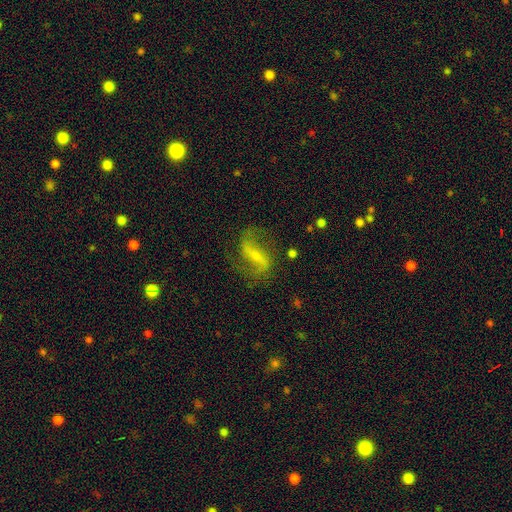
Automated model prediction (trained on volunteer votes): A featured or disk galaxy (77%) with a strong bar (49%), 2 (89%) loose (57%) spiral arms (91%) and a small central bulge (56%).

Vote fractions:
- Smooth or featured? featured or disk: 77% / smooth: 14% / star or artifact: 9%
- Edge-on disk? no: 94% / yes: 6%
- Bar? strong: 49% / weak: 35% / no: 17%
- Spiral arms? yes: 91% / no: 9%
- Spiral winding? loose: 57% / medium: 34% / tight: 9%
- Spiral arm count? 2: 89% / can't tell: 4% / 1: 3% / 3: 1% / 4: 1% / more than 4: 1%
- Bulge size? small: 56% / moderate: 22% / none: 17% / large: 3% / dominant: 1%
- Merging? none: 69% / minor disturbance: 16% / major disturbance: 13% / merger: 2%